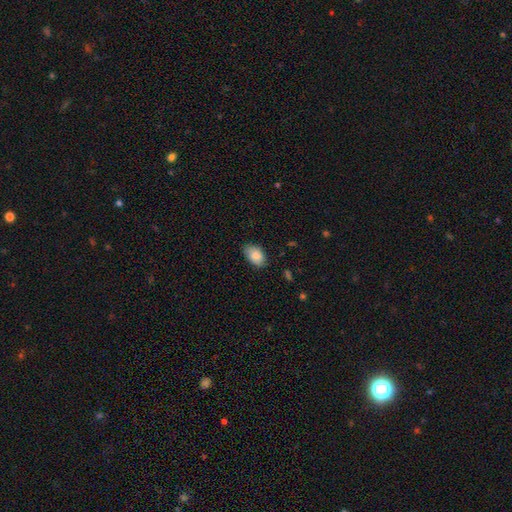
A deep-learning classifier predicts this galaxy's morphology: Smooth or featured? smooth (85%)
How rounded? in between (90%)
Merging? none (78%)